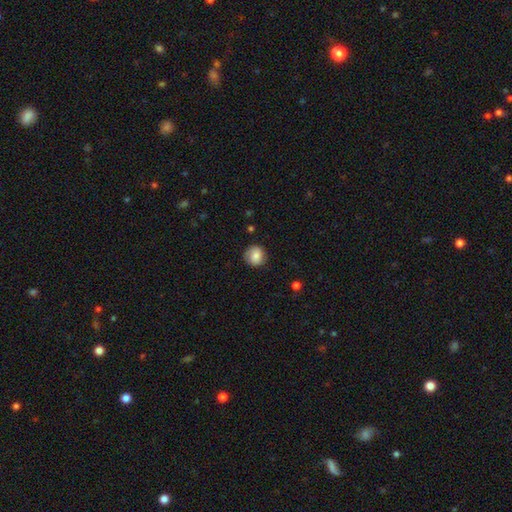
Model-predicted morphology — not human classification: This appears to be a smooth galaxy with no disk features (82%) that is round (88%). Merging: none (83%).